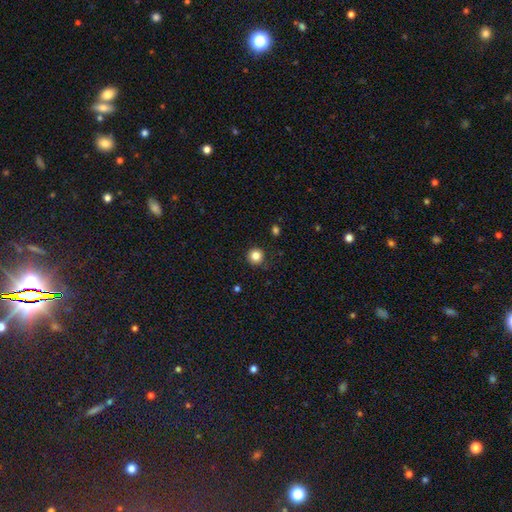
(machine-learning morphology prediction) This is clearly a smooth galaxy (84%). How rounded: clearly round (95%). Merging: clearly none (89%).